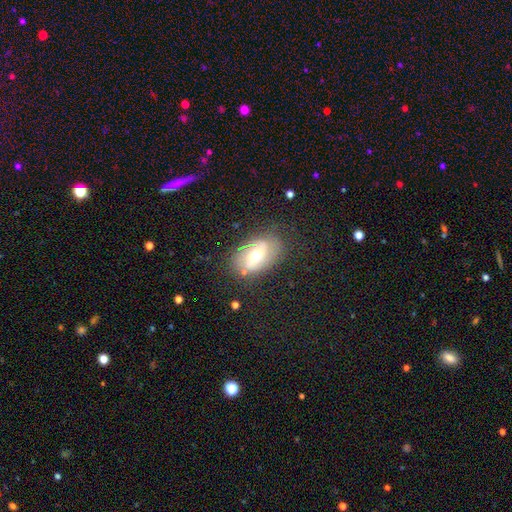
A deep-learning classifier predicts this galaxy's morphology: A featured or disk galaxy (69%) with no bar (44%), 2 (71%) medium (41%) spiral arms (85%) and a moderate central bulge (67%).

Vote fractions:
- Smooth or featured? featured or disk: 69% / smooth: 22% / star or artifact: 9%
- Edge-on disk? no: 95% / yes: 5%
- Bar? no: 44% / weak: 41% / strong: 15%
- Spiral arms? yes: 85% / no: 15%
- Spiral winding? medium: 41% / tight: 34% / loose: 25%
- Spiral arm count? 2: 71% / can't tell: 16% / 1: 5% / 3: 5% / 4: 2% / more than 4: 2%
- Bulge size? moderate: 67% / small: 25% / large: 5% / dominant: 1% / none: 1%
- Merging? none: 74% / minor disturbance: 17% / major disturbance: 7% / merger: 2%